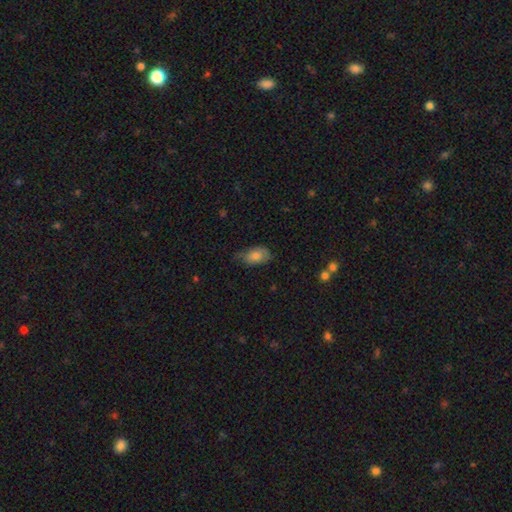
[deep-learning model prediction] smooth 79%, featured or disk 14%, star or artifact 8%. Down the decision tree: how rounded — in between (90%); merging — none (59%).